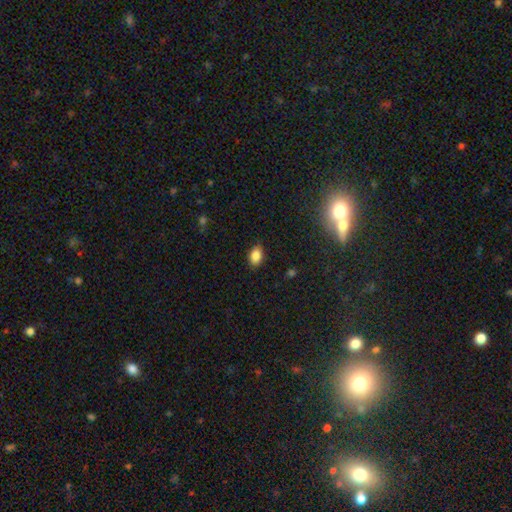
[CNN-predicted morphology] Smooth or featured?
  - smooth: 86% *
  - star or artifact: 9%
  - featured or disk: 5%
How rounded?
  - in between: 86% *
  - round: 13%
  - cigar-shaped: 1%
Merging?
  - none: 84% *
  - minor disturbance: 12%
  - major disturbance: 2%
  - merger: 1%